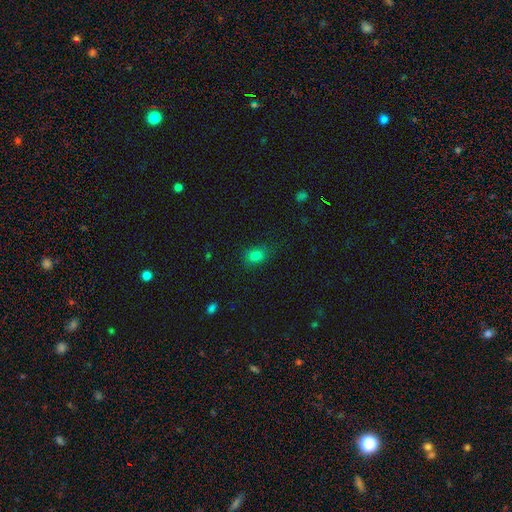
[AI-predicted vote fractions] smooth 79%, star or artifact 14%, featured or disk 7%. Down the decision tree: how rounded — in between (60%); merging — none (80%).